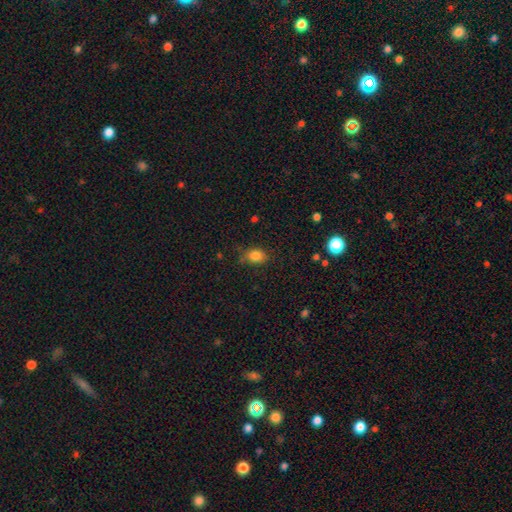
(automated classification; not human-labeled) Smooth or featured? smooth (83%)
How rounded? in between (63%)
Merging? none (72%)